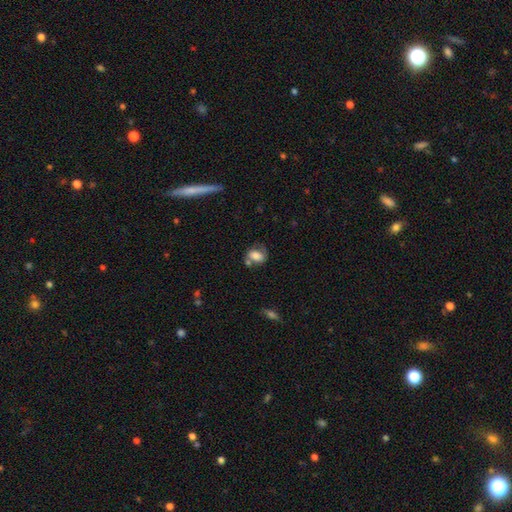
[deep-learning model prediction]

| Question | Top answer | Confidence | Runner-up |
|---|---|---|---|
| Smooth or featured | smooth | 61% | featured or disk (30%) |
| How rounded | in between | 71% | round (26%) |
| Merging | none | 45% | minor disturbance (22%) |